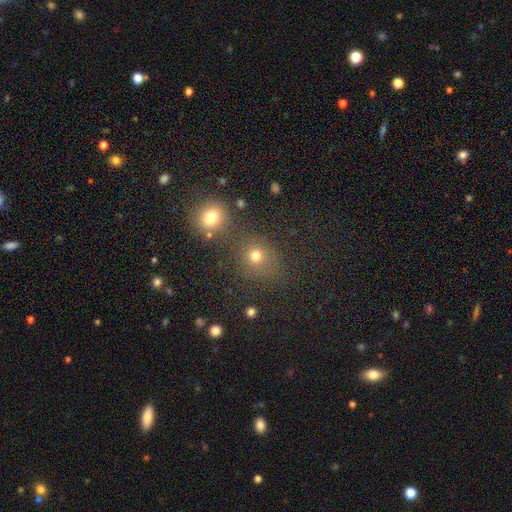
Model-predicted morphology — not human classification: A smooth galaxy with no disk features (74%) that is round (82%). Merging: none (67%).